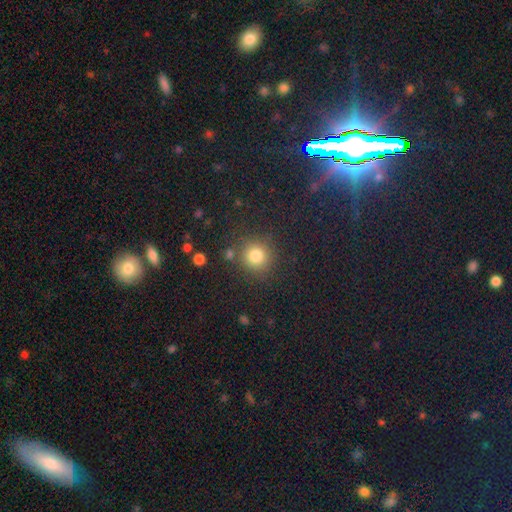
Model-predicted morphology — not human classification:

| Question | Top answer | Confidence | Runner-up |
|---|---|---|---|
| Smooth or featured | smooth | 81% | star or artifact (14%) |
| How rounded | round | 91% | in between (8%) |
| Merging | none | 82% | minor disturbance (9%) |